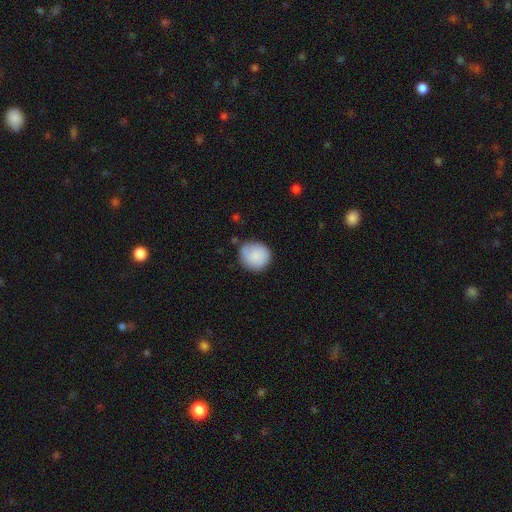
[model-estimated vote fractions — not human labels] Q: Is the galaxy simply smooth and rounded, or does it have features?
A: smooth — 85%.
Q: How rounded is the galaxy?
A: round — 86%.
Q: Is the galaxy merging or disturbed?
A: none — 72%.